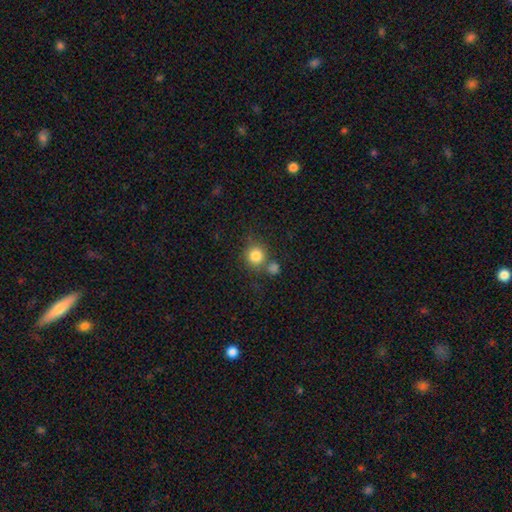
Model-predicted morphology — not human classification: Smooth or featured? smooth (82%)
How rounded? round (91%)
Merging? none (64%)